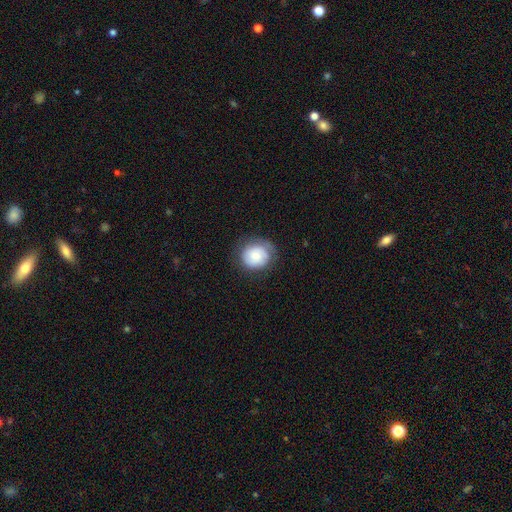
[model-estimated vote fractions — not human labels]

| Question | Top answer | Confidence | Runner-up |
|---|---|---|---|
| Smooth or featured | smooth | 65% | featured or disk (27%) |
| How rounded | round | 77% | in between (22%) |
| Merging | none | 69% | minor disturbance (22%) |